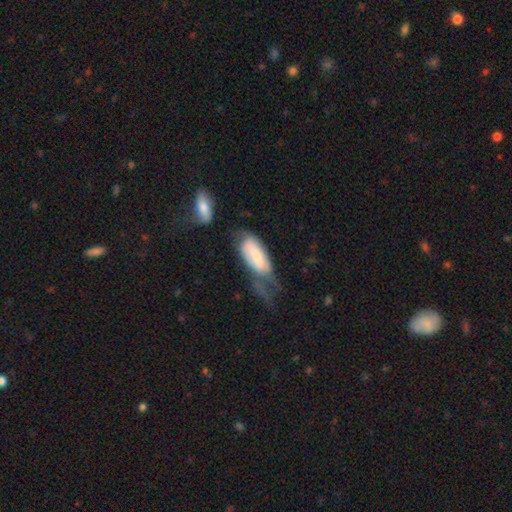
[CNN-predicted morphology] This appears to be a smooth galaxy with no disk features (60%) that is in between round and cigar-shaped (78%). Merging: major disturbance (45%).